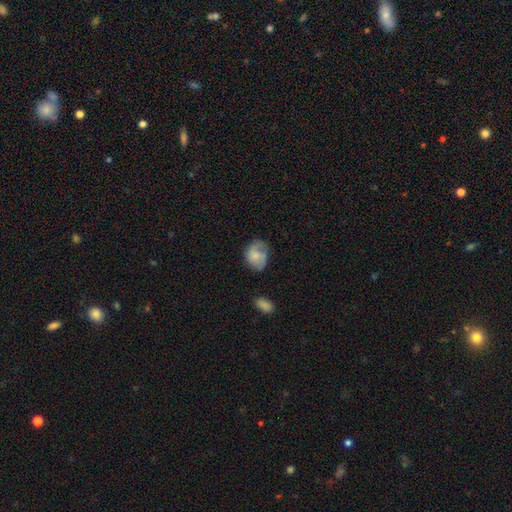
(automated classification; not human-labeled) Morphology: type=smooth (67%); roundness=in between (60%); merging=none (52%).